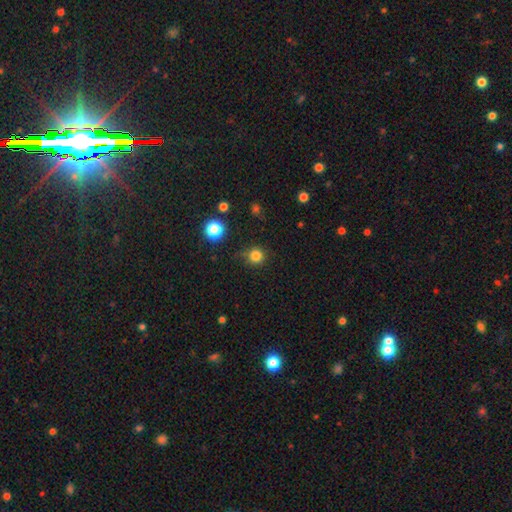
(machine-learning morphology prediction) This is clearly a smooth galaxy (81%). How rounded: clearly round (94%). Merging: clearly none (82%).